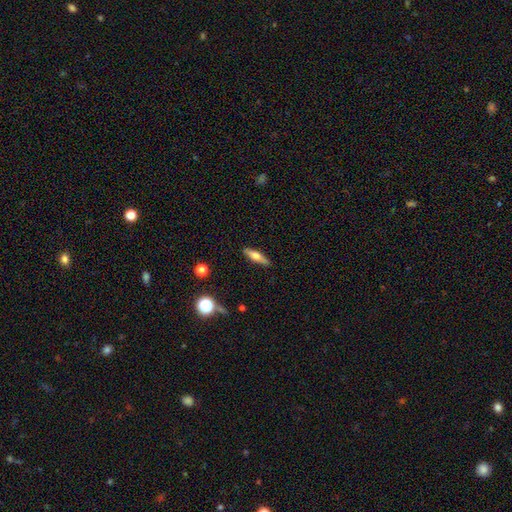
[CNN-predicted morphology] Smooth or featured? Predicted: smooth (p=0.50). Merging? Predicted: none (p=0.87).